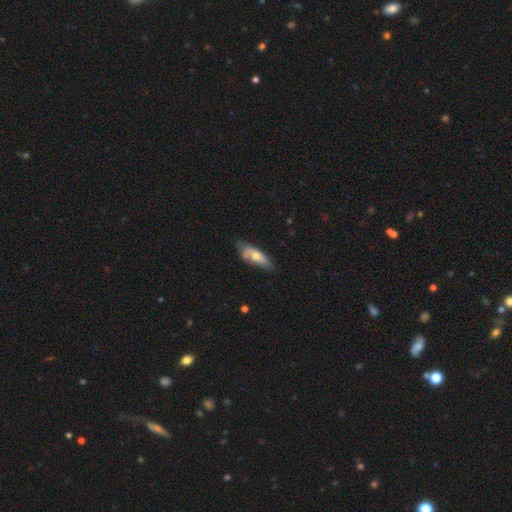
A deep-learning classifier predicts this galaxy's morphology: Smooth or featured?
  - smooth: 59% *
  - featured or disk: 35%
  - star or artifact: 6%
How rounded?
  - in between: 62% *
  - cigar-shaped: 35%
  - round: 2%
Merging?
  - none: 55% *
  - minor disturbance: 32%
  - major disturbance: 8%
  - merger: 5%